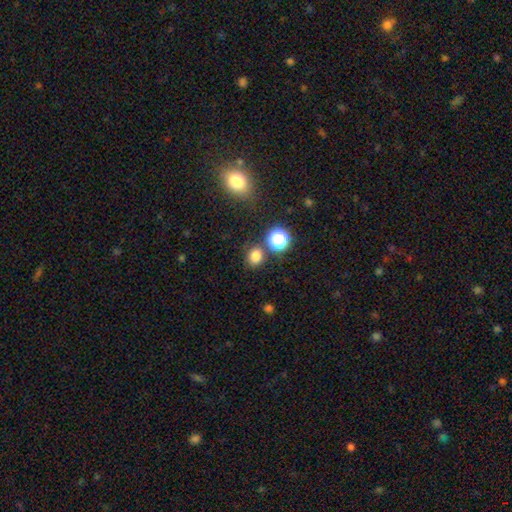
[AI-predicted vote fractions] This is likely a smooth galaxy (78%). How rounded: likely round (72%). Merging: likely none (79%).